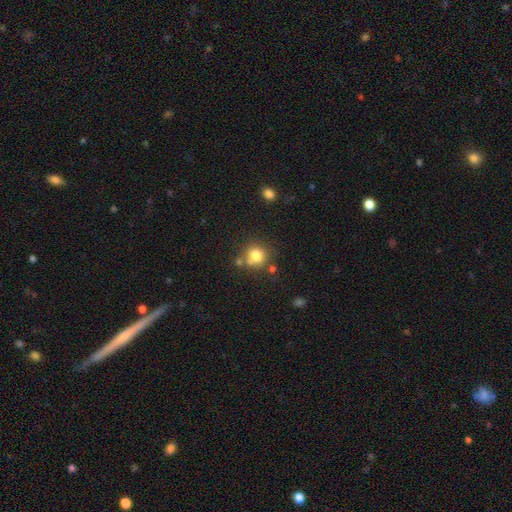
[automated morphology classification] smooth 78%, star or artifact 12%, featured or disk 10%. Down the decision tree: how rounded — round (87%); merging — none (64%).